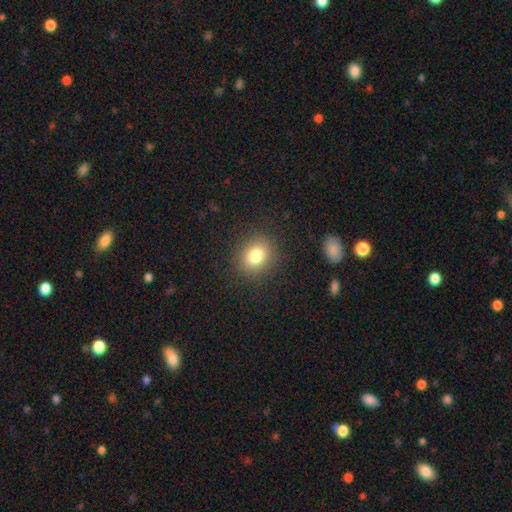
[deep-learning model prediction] Smooth or featured?
  - smooth: 80% *
  - star or artifact: 11%
  - featured or disk: 8%
How rounded?
  - round: 68% *
  - in between: 31%
  - cigar-shaped: 1%
Merging?
  - none: 87% *
  - minor disturbance: 8%
  - major disturbance: 3%
  - merger: 1%